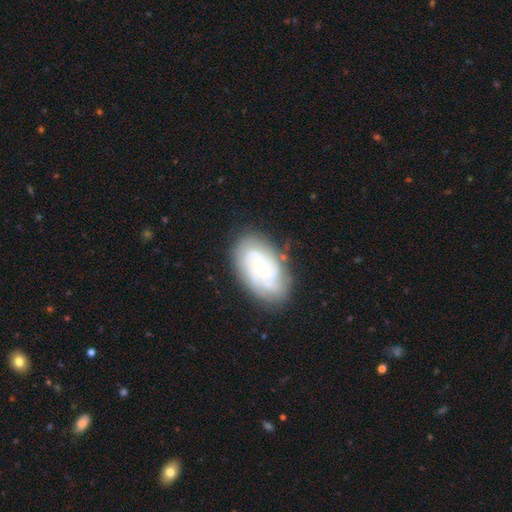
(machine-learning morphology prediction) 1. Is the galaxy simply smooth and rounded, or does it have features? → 68% featured or disk, 25% smooth, 7% star or artifact.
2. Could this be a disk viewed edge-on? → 96% no, 4% yes.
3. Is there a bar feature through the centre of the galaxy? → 80% no, 17% weak, 3% strong.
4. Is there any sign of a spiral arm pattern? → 81% yes, 19% no.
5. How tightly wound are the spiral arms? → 63% tight, 27% medium, 9% loose.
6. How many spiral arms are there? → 47% can't tell, 24% 2, 15% 3, 6% 4, 5% 1, 4% more than 4.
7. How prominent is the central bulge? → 63% small, 31% moderate, 3% large, 2% none, 1% dominant.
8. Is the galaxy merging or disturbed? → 72% none, 18% minor disturbance, 7% major disturbance, 3% merger.